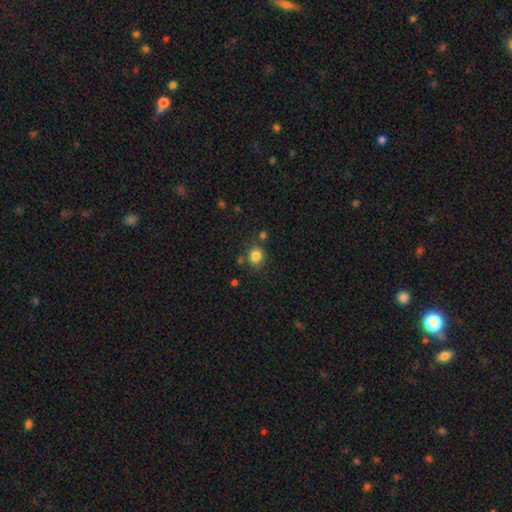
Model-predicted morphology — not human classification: A smooth galaxy with no disk features (83%) that is round (83%).

Vote fractions:
- Smooth or featured? smooth: 83% / star or artifact: 12% / featured or disk: 5%
- How rounded? round: 83% / in between: 16% / cigar-shaped: 1%
- Merging? none: 78% / minor disturbance: 11% / merger: 7% / major disturbance: 3%